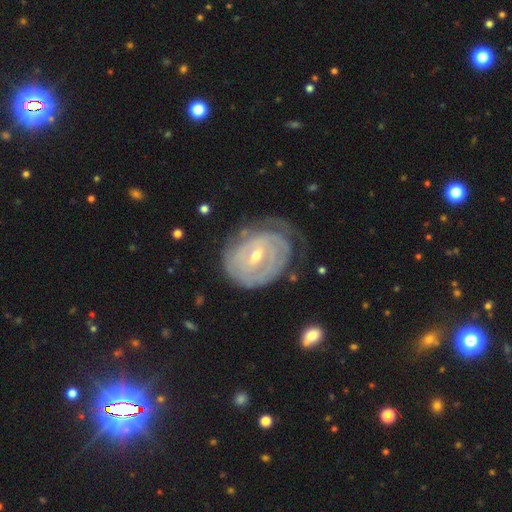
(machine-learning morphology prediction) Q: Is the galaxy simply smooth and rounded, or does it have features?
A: featured or disk — 86%.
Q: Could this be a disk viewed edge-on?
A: no — 97%.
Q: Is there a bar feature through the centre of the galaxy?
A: weak — 51%.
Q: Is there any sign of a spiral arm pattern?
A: yes — 92%.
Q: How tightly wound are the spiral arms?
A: tight — 82%.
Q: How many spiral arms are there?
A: can't tell — 47%.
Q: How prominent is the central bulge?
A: small — 54%.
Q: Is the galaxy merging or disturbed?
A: none — 58%.